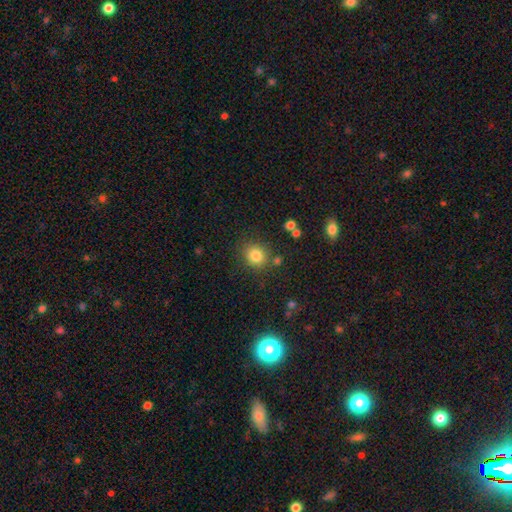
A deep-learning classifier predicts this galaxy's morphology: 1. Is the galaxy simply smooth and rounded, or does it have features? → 82% smooth, 12% star or artifact, 6% featured or disk.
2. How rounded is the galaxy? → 80% round, 19% in between, 1% cigar-shaped.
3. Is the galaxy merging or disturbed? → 82% none, 10% minor disturbance, 5% merger, 3% major disturbance.